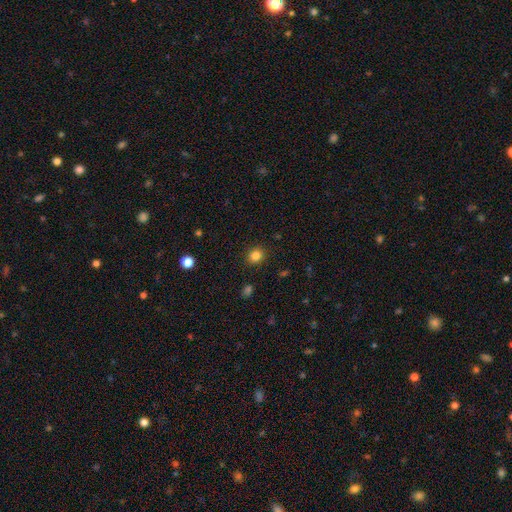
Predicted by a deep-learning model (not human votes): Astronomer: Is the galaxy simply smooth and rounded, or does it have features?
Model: smooth — 83%.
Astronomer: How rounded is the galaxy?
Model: round — 77%.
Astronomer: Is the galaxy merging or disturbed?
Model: none — 89%.